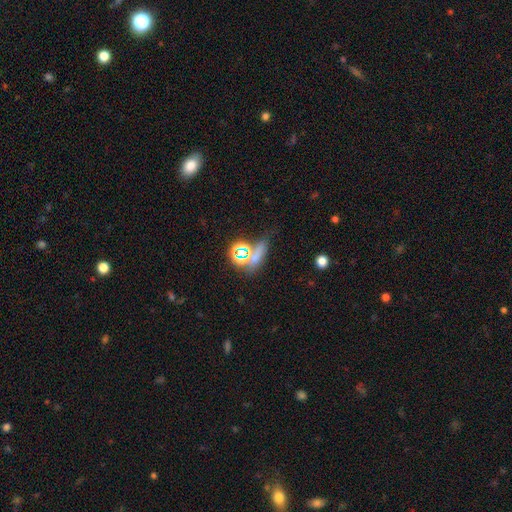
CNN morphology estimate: This is possibly a smooth galaxy (47%). Merging: possibly none (59%).